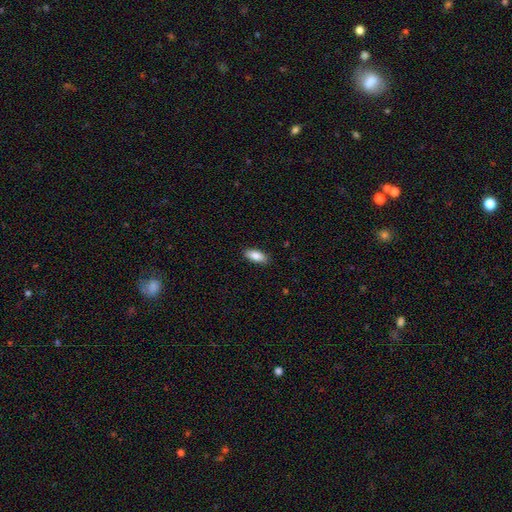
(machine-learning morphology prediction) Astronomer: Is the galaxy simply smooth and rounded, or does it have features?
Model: smooth — 86%.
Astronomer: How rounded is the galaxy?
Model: in between — 86%.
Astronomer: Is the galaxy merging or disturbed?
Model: none — 88%.